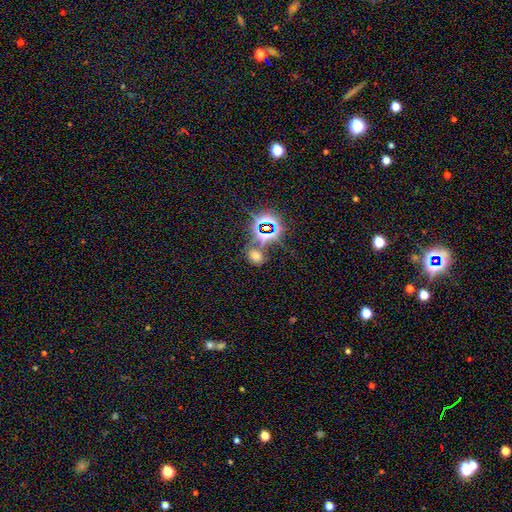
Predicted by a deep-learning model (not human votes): Overall: smooth (47%; star or artifact 45%). Merging: none (62%).